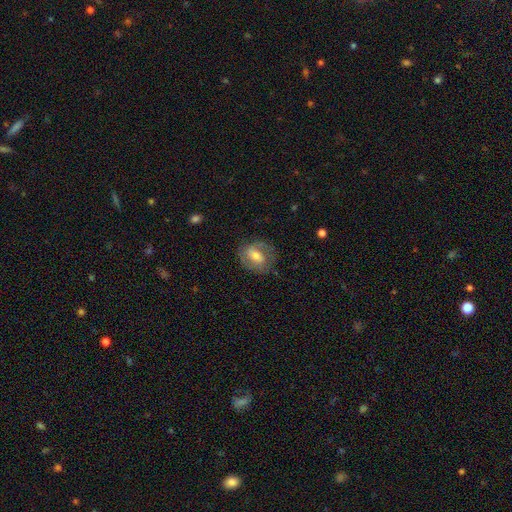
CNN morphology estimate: The model was most divided on "smooth or featured": featured or disk: 53%, smooth: 40%, star or artifact: 7%. More confident: edge-on disk — no (95%); merging — none (70%).